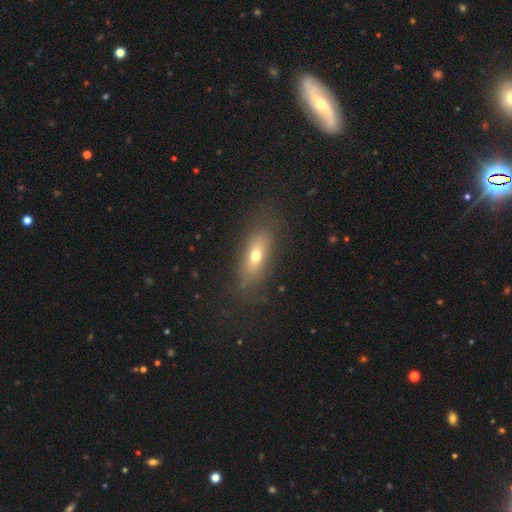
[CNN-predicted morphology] smooth 63%, featured or disk 26%, star or artifact 10%. Down the decision tree: how rounded — in between (68%); merging — none (74%).